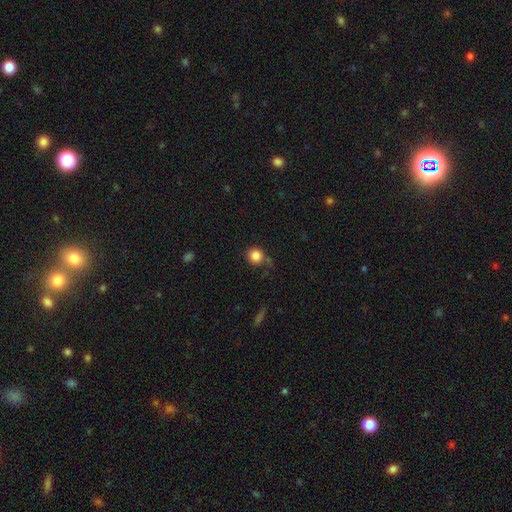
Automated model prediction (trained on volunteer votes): A smooth galaxy with no disk features (85%) that is round (91%). Merging: none (69%).